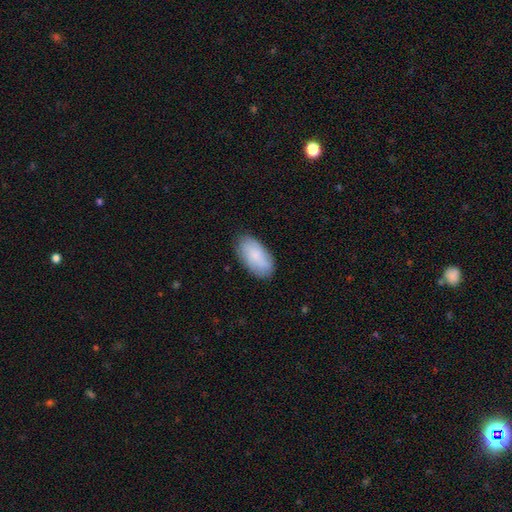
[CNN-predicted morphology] Smooth or featured?
  - smooth: 77% *
  - featured or disk: 17%
  - star or artifact: 6%
How rounded?
  - in between: 94% *
  - cigar-shaped: 3%
  - round: 3%
Merging?
  - none: 81% *
  - minor disturbance: 15%
  - major disturbance: 3%
  - merger: 1%